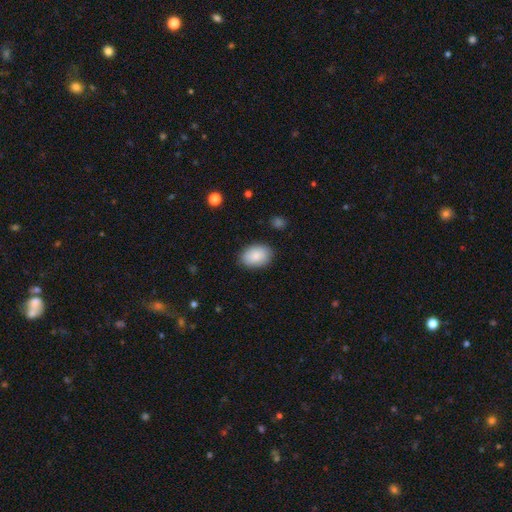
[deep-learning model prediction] A smooth galaxy with no disk features (88%) that is in between round and cigar-shaped (85%).

Vote fractions:
- Smooth or featured? smooth: 88% / star or artifact: 6% / featured or disk: 6%
- How rounded? in between: 85% / round: 14% / cigar-shaped: 1%
- Merging? none: 85% / minor disturbance: 11% / major disturbance: 3% / merger: 1%